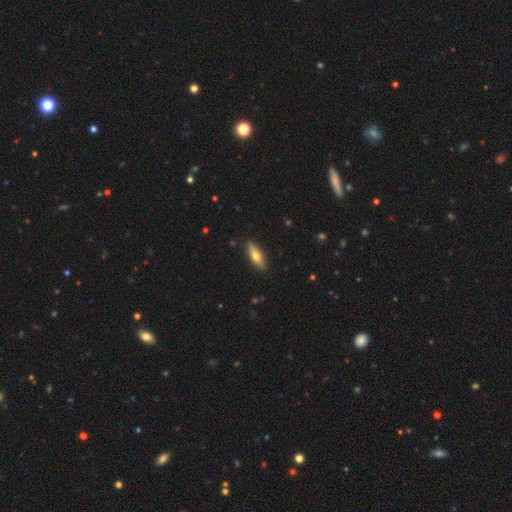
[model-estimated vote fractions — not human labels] smooth 52%, featured or disk 43%, star or artifact 6%. Down the decision tree: how rounded — cigar-shaped (57%); merging — none (88%).